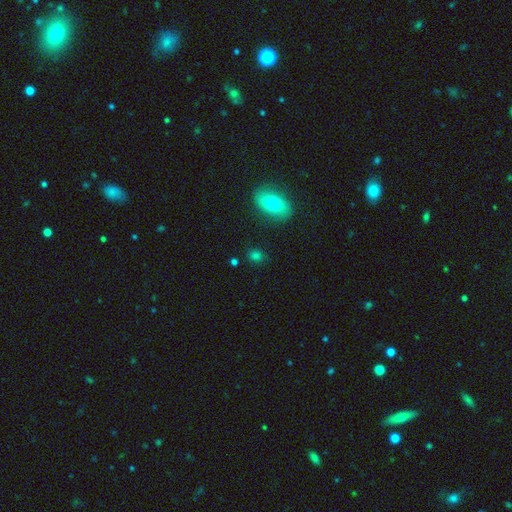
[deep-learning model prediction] A smooth galaxy with no disk features (77%) that is round (54%).

Vote fractions:
- Smooth or featured? smooth: 77% / star or artifact: 16% / featured or disk: 7%
- How rounded? round: 54% / in between: 44% / cigar-shaped: 2%
- Merging? none: 81% / minor disturbance: 11% / merger: 4% / major disturbance: 3%